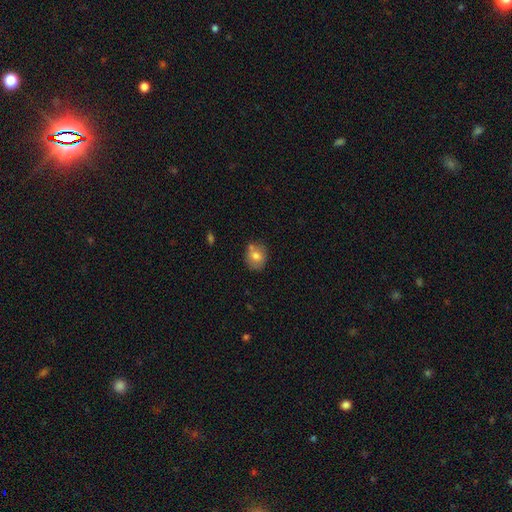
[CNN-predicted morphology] Smooth or featured? smooth (73%)
How rounded? round (68%)
Merging? none (65%)